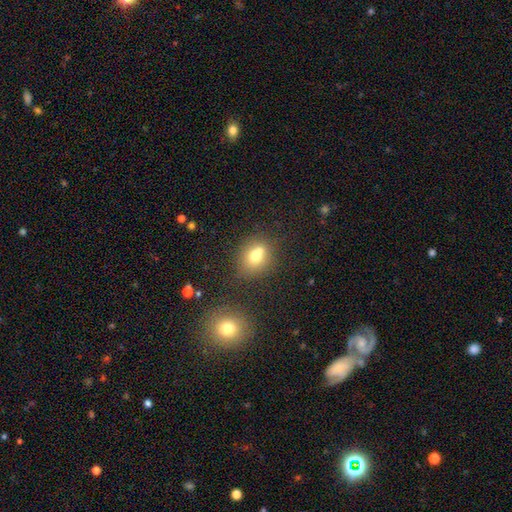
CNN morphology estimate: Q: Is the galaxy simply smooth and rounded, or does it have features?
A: smooth — 68%.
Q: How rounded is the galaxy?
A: round — 65%.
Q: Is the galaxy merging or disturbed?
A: none — 45%.